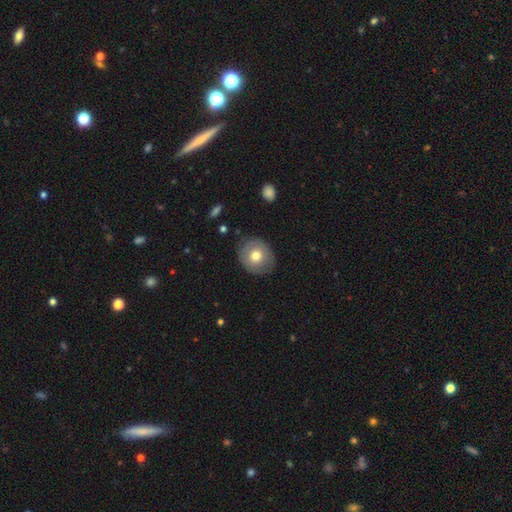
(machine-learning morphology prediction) smooth-or-featured: smooth: 65% | featured or disk: 28% | star or artifact: 7%
  how-rounded: round: 75% | in between: 24% | cigar-shaped: 1%
  merging: none: 84% | minor disturbance: 12% | major disturbance: 3% | merger: 1%